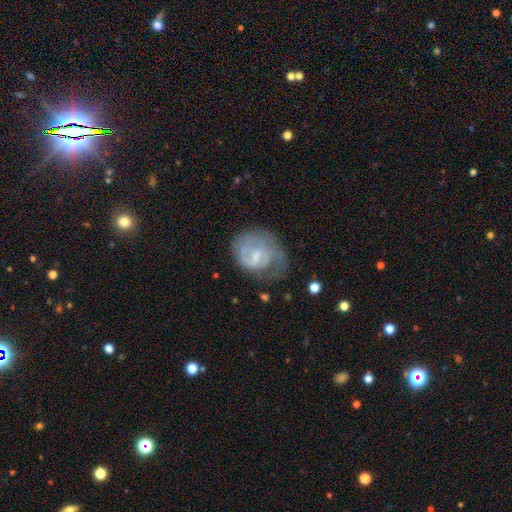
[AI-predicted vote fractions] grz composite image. It shows a featured or disk galaxy (62%) with a weak bar (56%), spiral arms (79%) and a small central bulge (47%). Merging: none (43%).